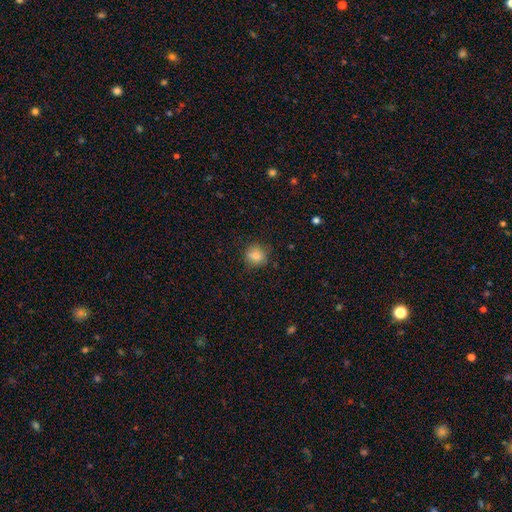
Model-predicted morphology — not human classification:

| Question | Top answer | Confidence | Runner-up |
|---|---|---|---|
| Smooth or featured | smooth | 84% | star or artifact (11%) |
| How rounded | round | 84% | in between (15%) |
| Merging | none | 84% | minor disturbance (12%) |